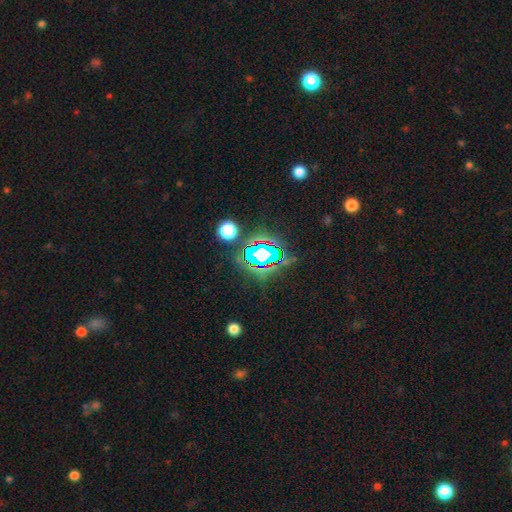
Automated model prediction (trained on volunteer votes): Q: Smooth or featured?
A: star or artifact (75%); runner-up: smooth (15%)